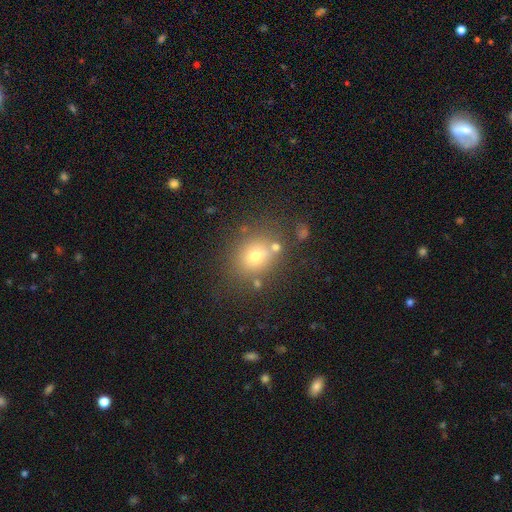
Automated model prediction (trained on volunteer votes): Morphology: type=smooth (68%); roundness=round (67%); merging=none (71%).